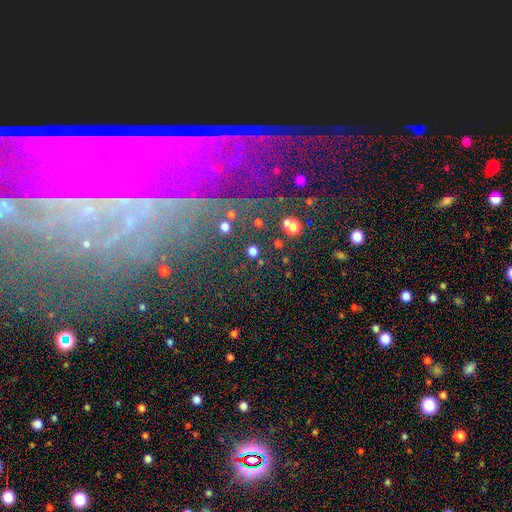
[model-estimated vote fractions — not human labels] A star or artifact, not a galaxy (46%).